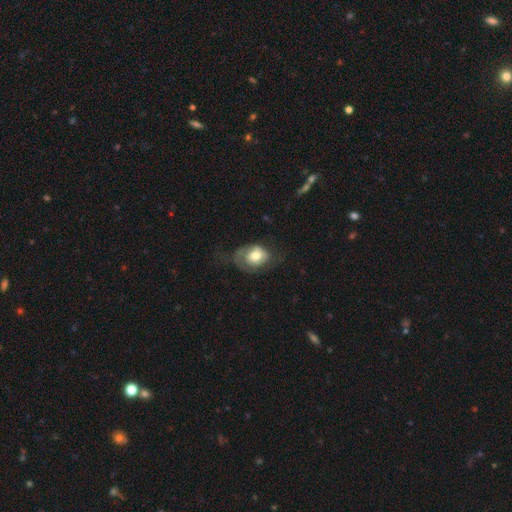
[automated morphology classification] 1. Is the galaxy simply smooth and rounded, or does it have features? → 58% smooth, 35% featured or disk, 7% star or artifact.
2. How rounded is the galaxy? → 59% in between, 40% round, 1% cigar-shaped.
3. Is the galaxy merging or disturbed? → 38% none, 32% major disturbance, 28% minor disturbance, 2% merger.